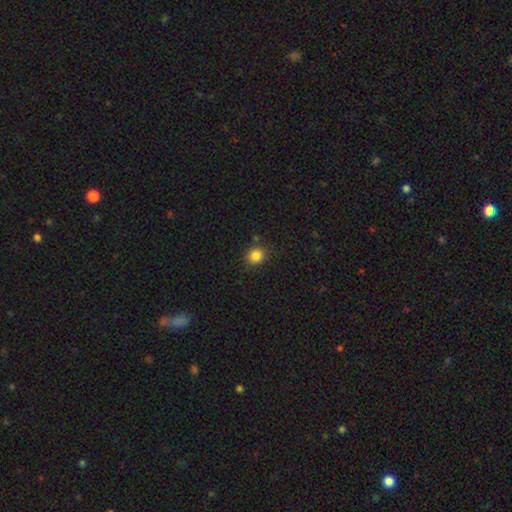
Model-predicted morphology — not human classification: smooth 84%, star or artifact 12%, featured or disk 4%. Down the decision tree: how rounded — round (81%); merging — none (84%).